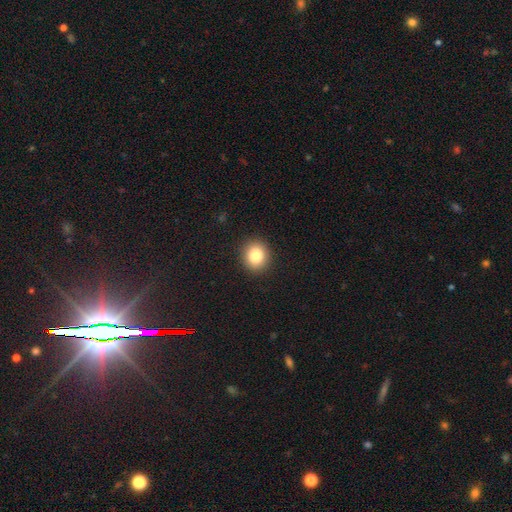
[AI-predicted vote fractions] This appears to be a smooth galaxy with no disk features (84%) that is round (80%). Merging: none (92%).